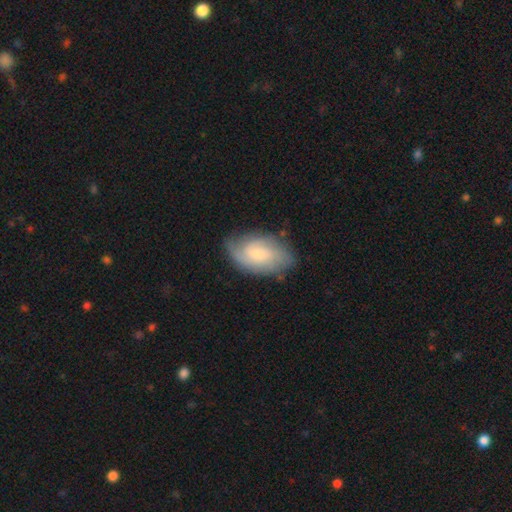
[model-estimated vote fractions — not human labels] Smooth or featured? featured or disk (57%)
Edge-on disk? no (94%)
Bar? no (60%)
Spiral arms? yes (87%)
Bulge size? small (50%)
Merging? none (71%)